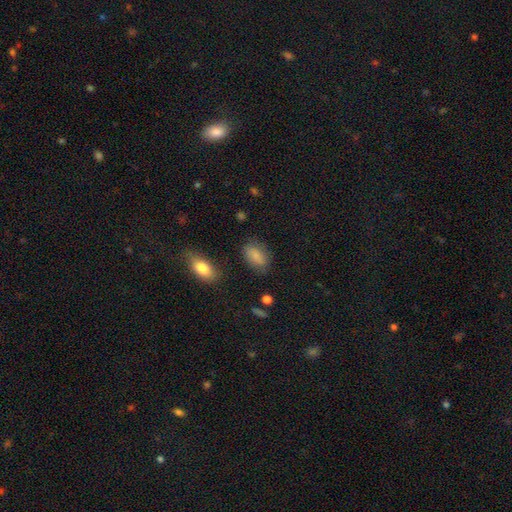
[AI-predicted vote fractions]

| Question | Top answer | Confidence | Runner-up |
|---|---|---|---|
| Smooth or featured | smooth | 83% | featured or disk (9%) |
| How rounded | in between | 89% | round (8%) |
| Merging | none | 75% | minor disturbance (17%) |